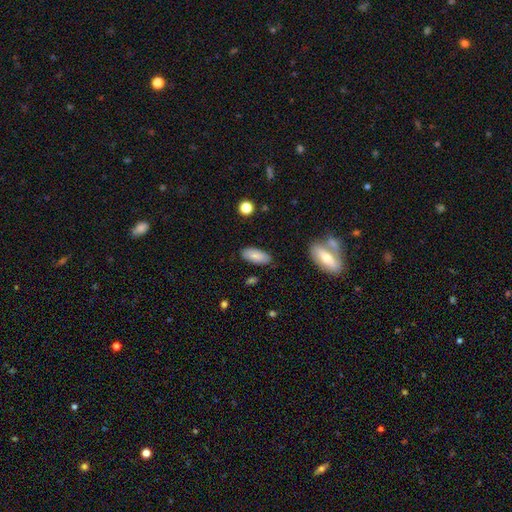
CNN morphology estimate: Smooth or featured: smooth — 85% (featured or disk — 8%)
How rounded: in between — 85% (cigar-shaped — 13%)
Merging: none — 84% (minor disturbance — 11%)